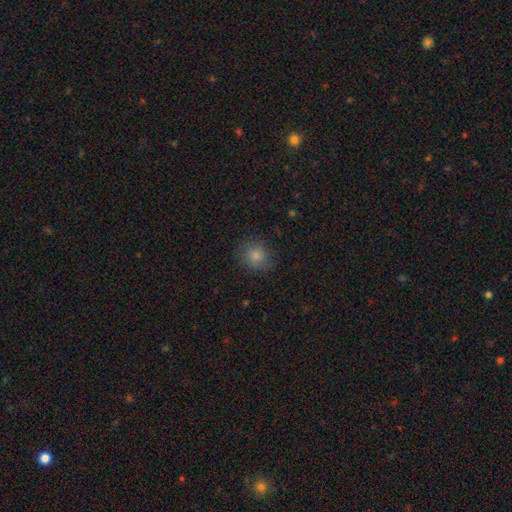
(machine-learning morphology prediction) Smooth or featured?
  - smooth: 83% *
  - star or artifact: 11%
  - featured or disk: 6%
How rounded?
  - round: 84% *
  - in between: 15%
  - cigar-shaped: 1%
Merging?
  - none: 82% *
  - minor disturbance: 13%
  - major disturbance: 4%
  - merger: 1%